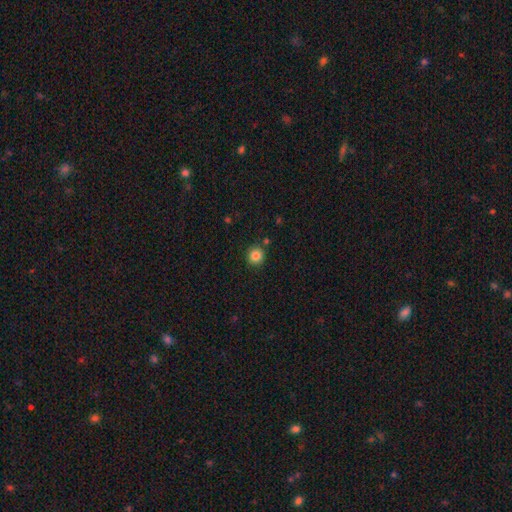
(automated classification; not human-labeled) Smooth or featured: smooth — 84% (star or artifact — 11%)
How rounded: round — 92% (in between — 8%)
Merging: none — 85% (minor disturbance — 8%)